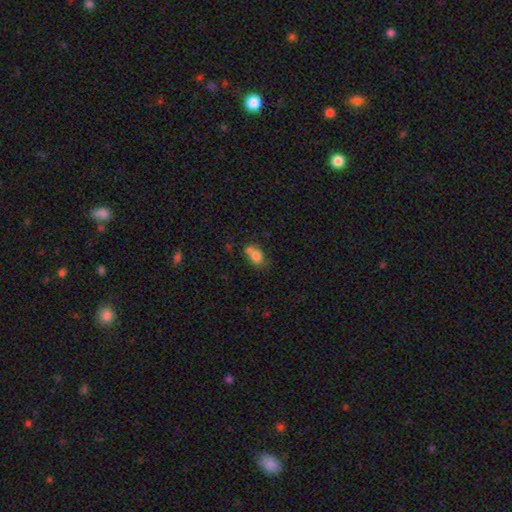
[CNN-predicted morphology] Smooth or featured?
  - smooth: 76% *
  - featured or disk: 13%
  - star or artifact: 10%
How rounded?
  - in between: 61% *
  - round: 38%
  - cigar-shaped: 2%
Merging?
  - merger: 42% *
  - none: 38%
  - minor disturbance: 14%
  - major disturbance: 6%